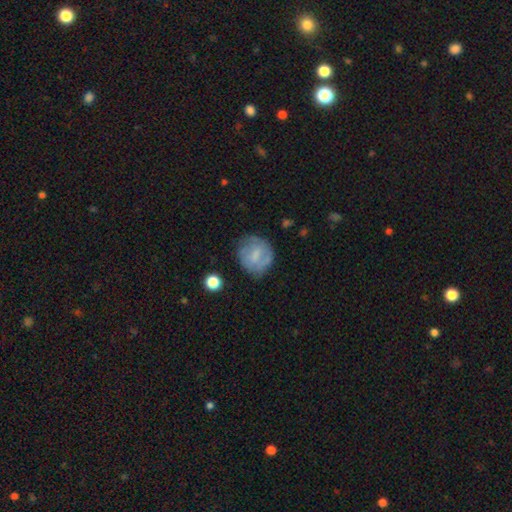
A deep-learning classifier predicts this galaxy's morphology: A smooth galaxy with no disk features (53%) that is round (77%).

Vote fractions:
- Smooth or featured? smooth: 53% / featured or disk: 39% / star or artifact: 8%
- How rounded? round: 77% / in between: 22% / cigar-shaped: 1%
- Merging? none: 64% / minor disturbance: 23% / major disturbance: 10% / merger: 2%